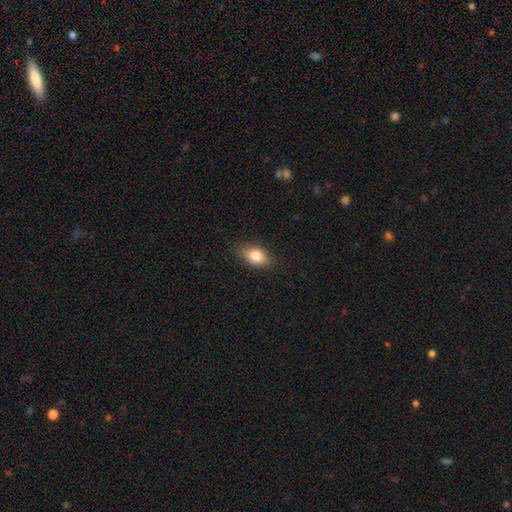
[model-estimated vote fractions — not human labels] Smooth or featured? Predicted: smooth (p=0.80). How rounded? Predicted: in between (p=0.82). Merging? Predicted: none (p=0.81).